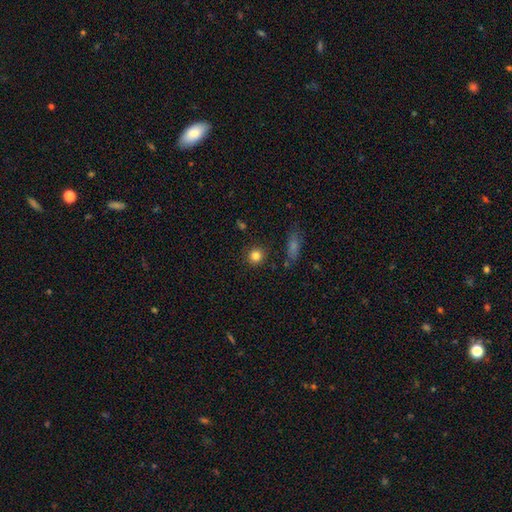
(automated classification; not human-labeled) Smooth or featured? Predicted: smooth (p=0.83). How rounded? Predicted: round (p=0.91). Merging? Predicted: none (p=0.87).